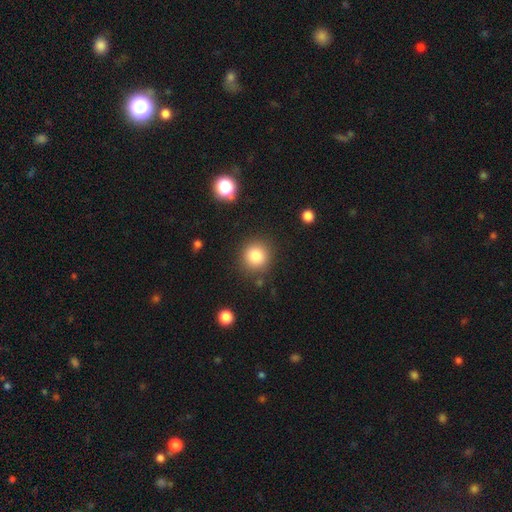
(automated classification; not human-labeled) Morphology: type=smooth (83%); roundness=round (92%); merging=none (86%).